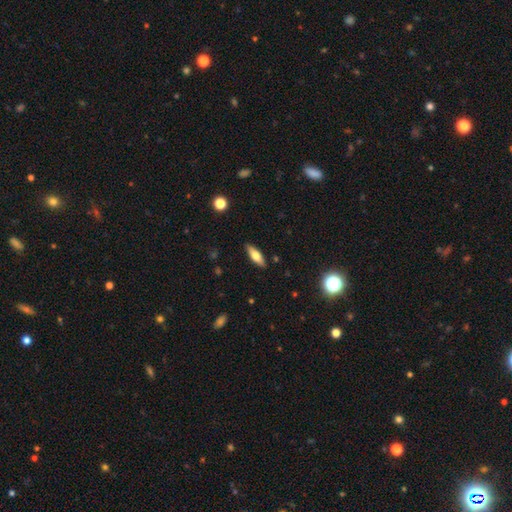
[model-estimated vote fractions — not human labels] smooth 60%, featured or disk 33%, star or artifact 7%. Down the decision tree: how rounded — in between (55%); merging — none (89%).